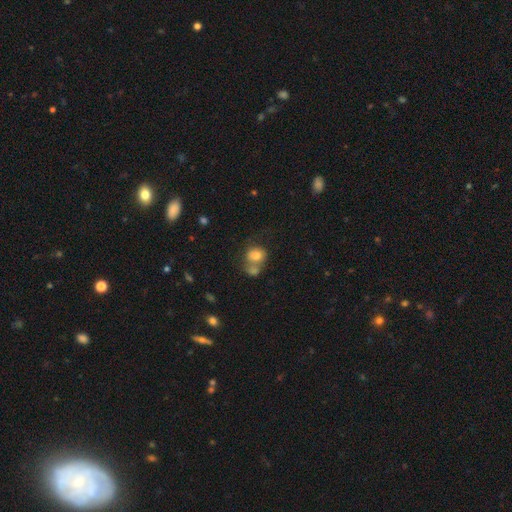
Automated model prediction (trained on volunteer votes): Overall: smooth (79%). How rounded: round (66%; in between 33%). Merging: merger (49%; none 32%).